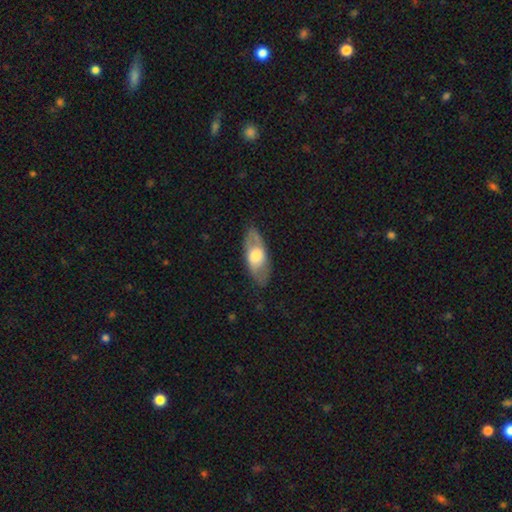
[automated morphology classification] smooth-or-featured: smooth: 50% | featured or disk: 45% | star or artifact: 5%
  merging: none: 81% | minor disturbance: 14% | major disturbance: 4% | merger: 1%